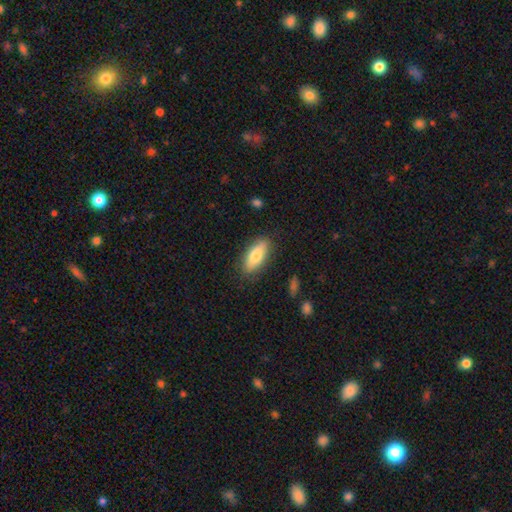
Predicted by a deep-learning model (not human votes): The model was most divided on "how rounded": in between: 75%, cigar-shaped: 23%, round: 3%. More confident: merging — none (85%); smooth or featured — smooth (75%).